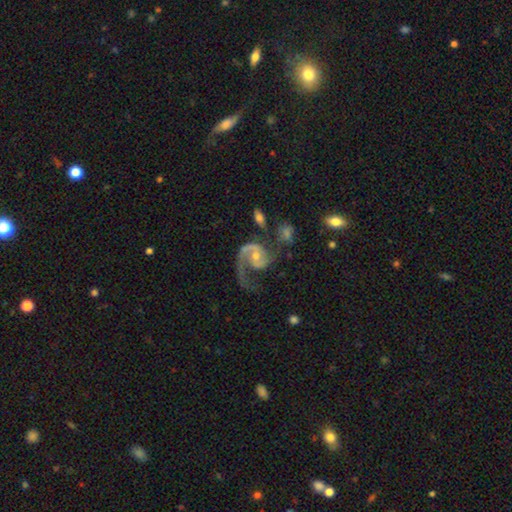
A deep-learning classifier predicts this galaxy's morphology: Smooth or featured: featured or disk — 90% (star or artifact — 5%)
Edge-on disk: no — 98% (yes — 2%)
Bar: no — 60% (weak — 31%)
Spiral arms: yes — 97% (no — 3%)
Spiral winding: medium — 51% (loose — 32%)
Spiral arm count: 2 — 56% (1 — 38%)
Bulge size: small — 56% (moderate — 37%)
Merging: none — 43% (major disturbance — 31%)